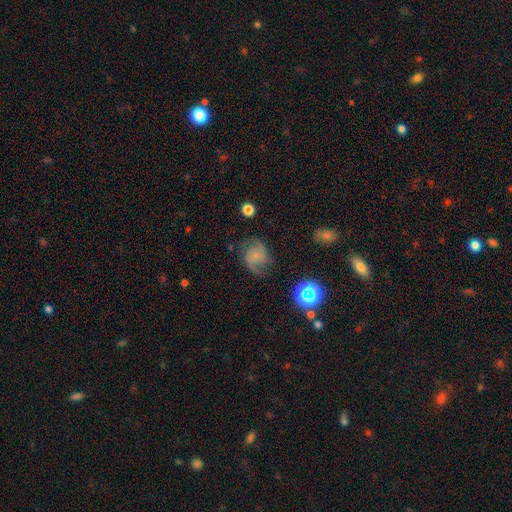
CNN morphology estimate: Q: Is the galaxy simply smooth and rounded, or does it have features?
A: featured or disk — 74%.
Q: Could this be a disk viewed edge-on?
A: no — 98%.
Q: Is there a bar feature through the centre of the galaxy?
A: no — 73%.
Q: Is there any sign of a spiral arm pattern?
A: yes — 95%.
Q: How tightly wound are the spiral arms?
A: medium — 50%.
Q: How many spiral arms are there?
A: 2 — 83%.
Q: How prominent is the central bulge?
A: small — 60%.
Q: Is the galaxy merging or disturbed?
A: none — 65%.